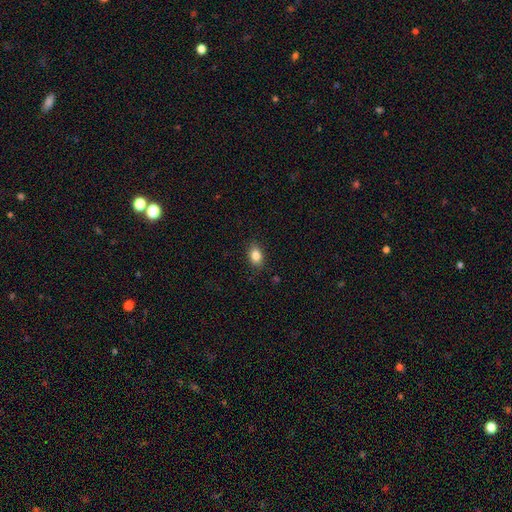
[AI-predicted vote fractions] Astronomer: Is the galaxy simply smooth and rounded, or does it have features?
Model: smooth — 85%.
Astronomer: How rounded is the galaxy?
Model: in between — 78%.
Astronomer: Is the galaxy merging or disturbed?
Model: none — 86%.